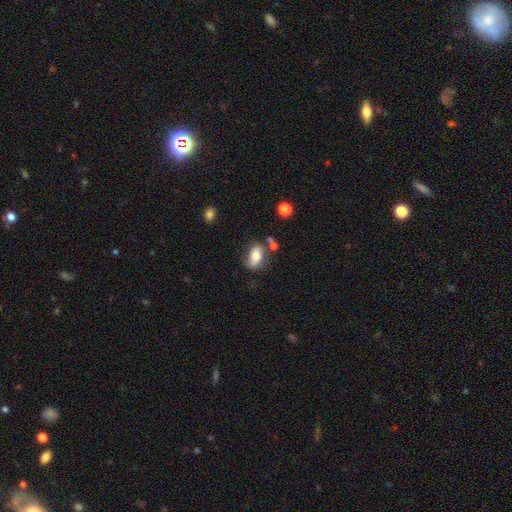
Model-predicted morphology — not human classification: Smooth or featured: smooth — 65% (featured or disk — 26%)
How rounded: in between — 86% (round — 9%)
Merging: none — 59% (minor disturbance — 23%)